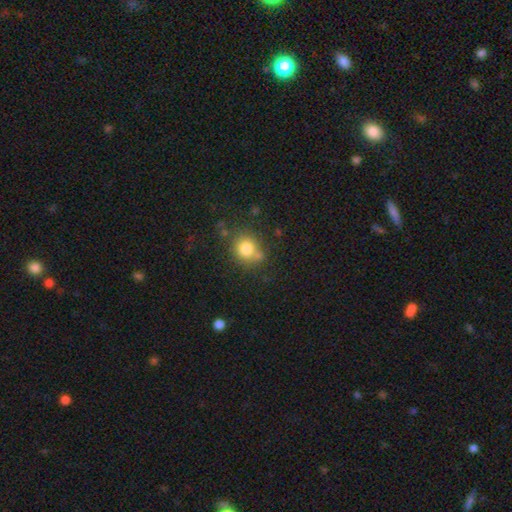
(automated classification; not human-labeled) This is likely a smooth galaxy (64%). How rounded: likely round (80%). Merging: likely none (76%).